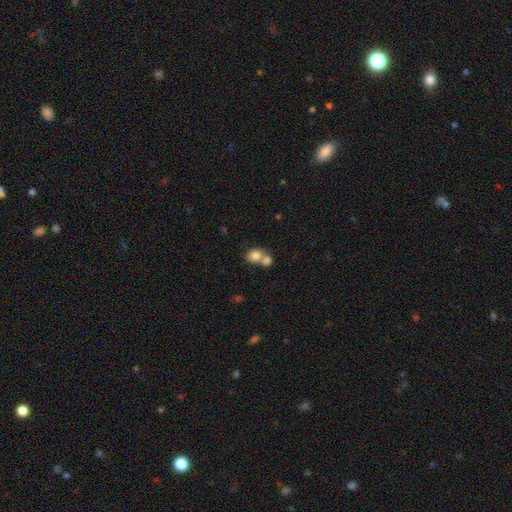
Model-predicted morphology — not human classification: Smooth or featured? Predicted: smooth (p=0.78). How rounded? Predicted: round (p=0.63). Merging? Predicted: merger (p=0.60).